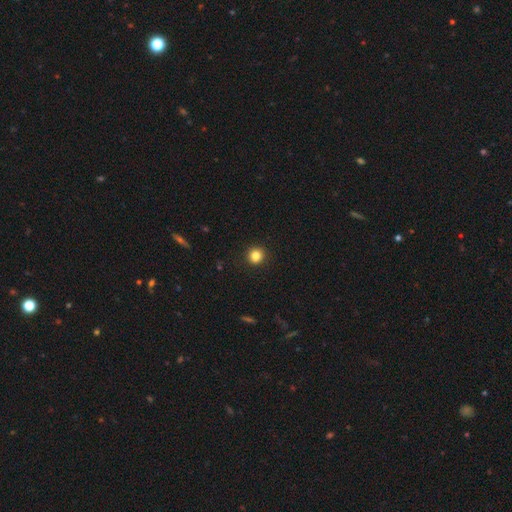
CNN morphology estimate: smooth-or-featured: smooth: 84% | star or artifact: 12% | featured or disk: 5%
  how-rounded: round: 90% | in between: 9% | cigar-shaped: 1%
  merging: none: 92% | minor disturbance: 6% | major disturbance: 2% | merger: 1%